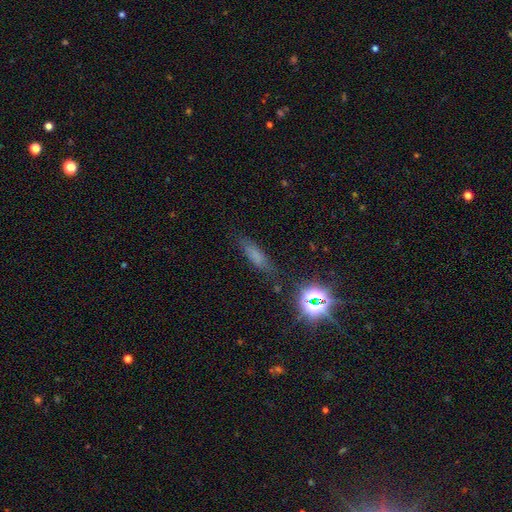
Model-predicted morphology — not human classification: Q: Smooth or featured?
A: smooth (62%); runner-up: star or artifact (22%)
Q: How rounded?
A: cigar-shaped (65%); runner-up: in between (31%)
Q: Merging?
A: none (77%); runner-up: minor disturbance (15%)